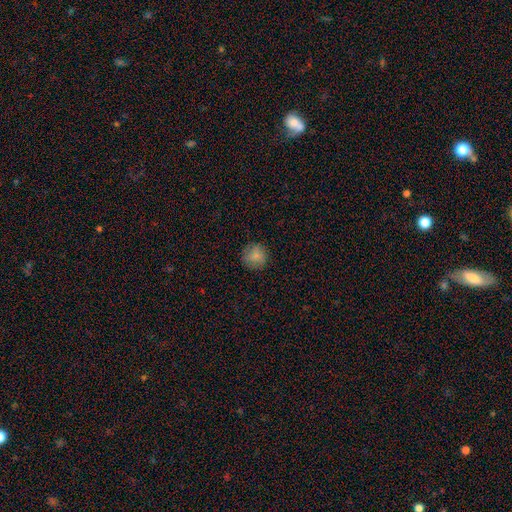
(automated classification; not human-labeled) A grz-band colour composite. It shows a smooth galaxy with no disk features (82%) that is round (92%). Merging: none (84%).